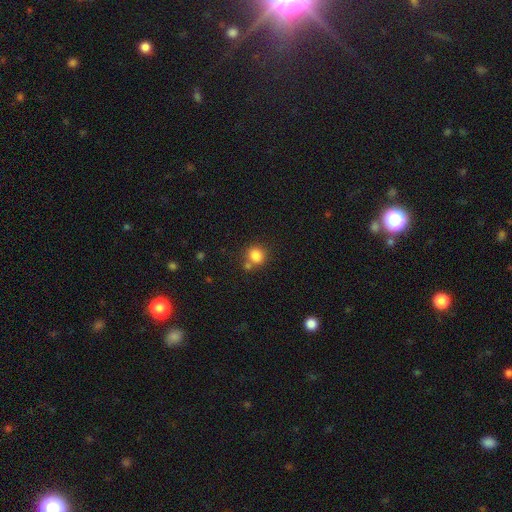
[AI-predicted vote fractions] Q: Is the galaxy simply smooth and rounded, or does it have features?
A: smooth — 84%.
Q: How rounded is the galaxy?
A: round — 82%.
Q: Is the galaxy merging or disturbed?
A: none — 65%.